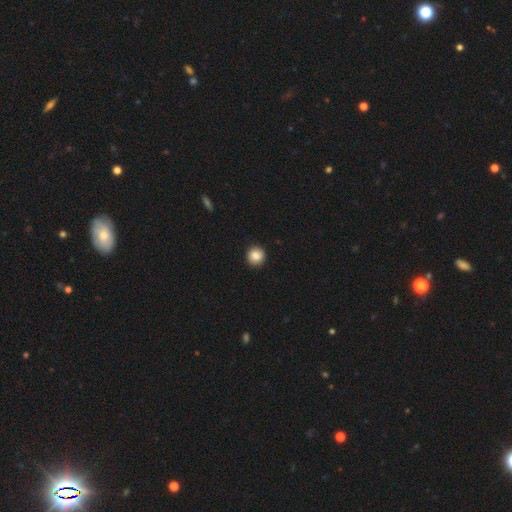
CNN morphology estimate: smooth 87%, star or artifact 9%, featured or disk 5%. Down the decision tree: how rounded — round (94%); merging — none (92%).